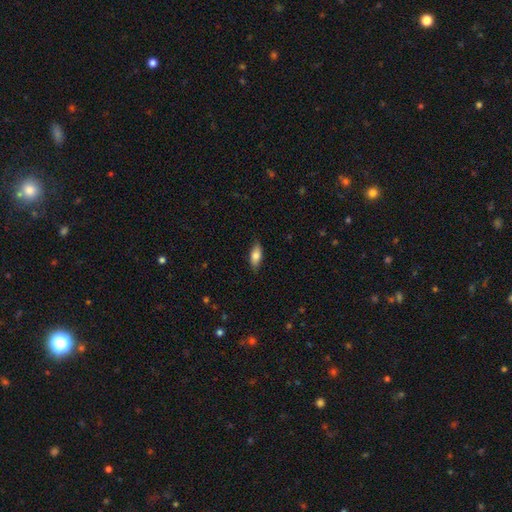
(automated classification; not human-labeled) This appears to be a smooth galaxy with no disk features (80%) that is in between round and cigar-shaped (81%). Merging: none (84%).